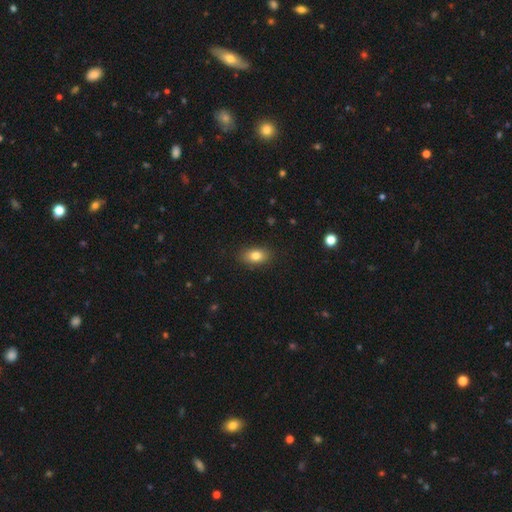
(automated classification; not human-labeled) This appears to be a smooth galaxy with no disk features (82%) that is in between round and cigar-shaped (86%). Merging: none (87%).